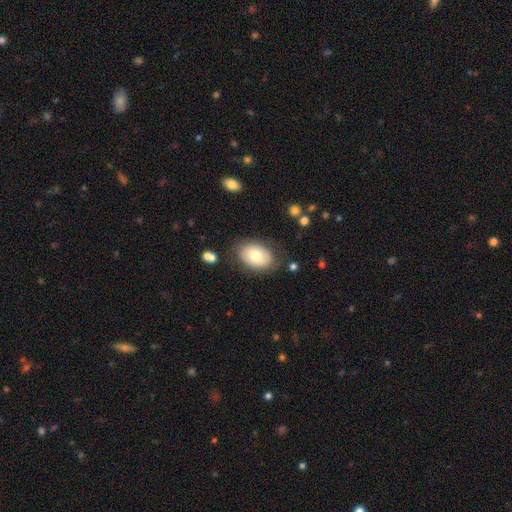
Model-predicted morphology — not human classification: Smooth or featured? Predicted: smooth (p=0.75). How rounded? Predicted: in between (p=0.85). Merging? Predicted: none (p=0.79).